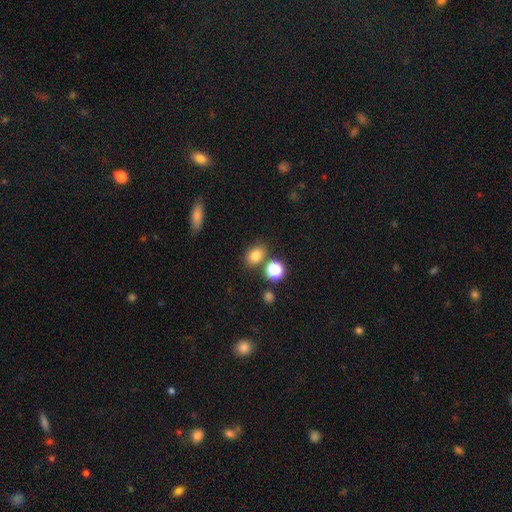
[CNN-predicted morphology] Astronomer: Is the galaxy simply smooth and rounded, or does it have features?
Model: smooth — 80%.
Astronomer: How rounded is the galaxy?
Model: in between — 58% (runner-up: round, 41%).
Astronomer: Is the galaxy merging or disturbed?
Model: none — 74%.